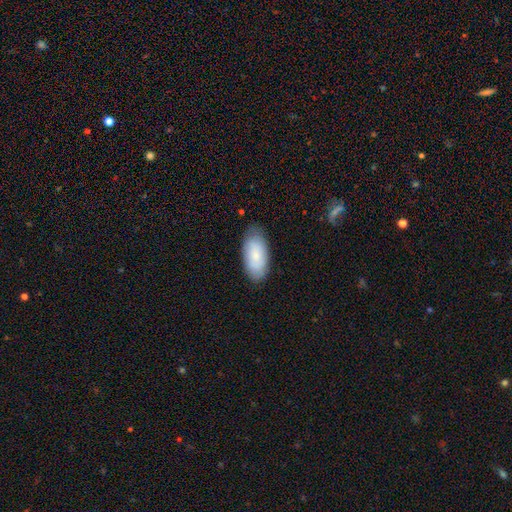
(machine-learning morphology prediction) Smooth or featured: smooth — 76% (featured or disk — 18%)
How rounded: in between — 93% (cigar-shaped — 5%)
Merging: none — 79% (minor disturbance — 17%)